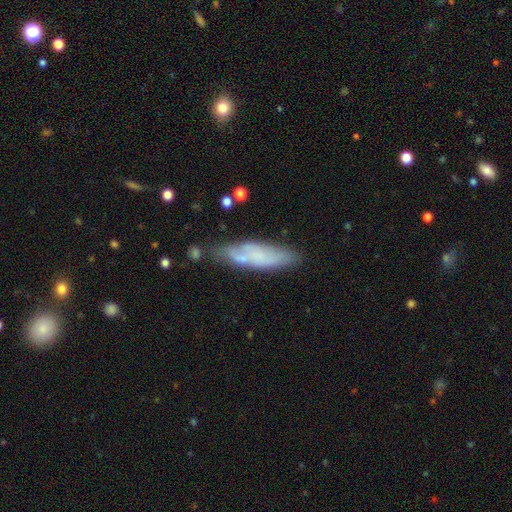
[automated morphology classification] A smooth galaxy with no disk features (53%) that is cigar-shaped (61%). Merging: none (60%).